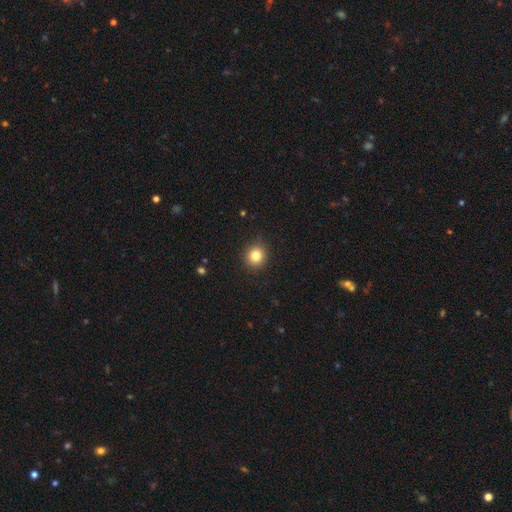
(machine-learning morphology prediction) Q: Smooth or featured?
A: smooth (82%); runner-up: star or artifact (12%)
Q: How rounded?
A: round (88%); runner-up: in between (11%)
Q: Merging?
A: none (90%); runner-up: minor disturbance (7%)